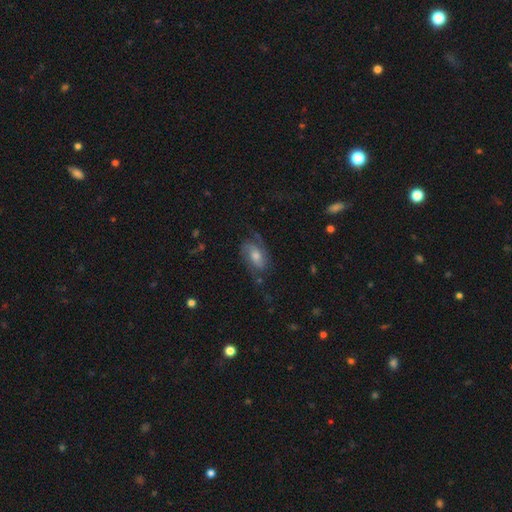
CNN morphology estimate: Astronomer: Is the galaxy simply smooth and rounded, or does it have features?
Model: featured or disk — 73%.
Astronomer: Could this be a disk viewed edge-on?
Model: no — 95%.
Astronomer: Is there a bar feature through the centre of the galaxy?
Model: no — 53% (runner-up: weak, 37%).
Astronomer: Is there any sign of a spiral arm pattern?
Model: yes — 93%.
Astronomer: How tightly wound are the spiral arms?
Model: medium — 45% (runner-up: loose, 28%).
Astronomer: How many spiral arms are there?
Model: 2 — 73%.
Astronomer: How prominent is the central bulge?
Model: moderate — 57%.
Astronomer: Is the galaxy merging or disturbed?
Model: none — 64%.